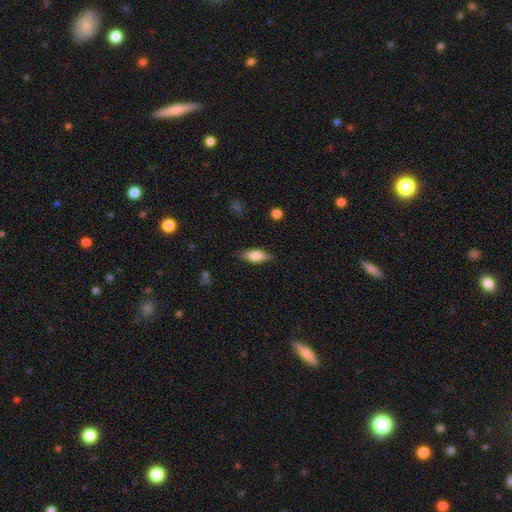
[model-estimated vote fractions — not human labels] The model was most divided on "how rounded": in between: 79%, cigar-shaped: 18%, round: 3%. More confident: merging — none (82%); smooth or featured — smooth (79%).